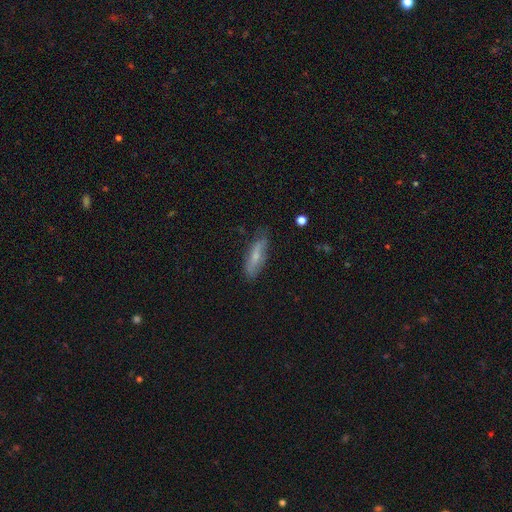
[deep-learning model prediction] Overall: smooth (58%; featured or disk 35%). How rounded: cigar-shaped (56%; in between 41%). Merging: none (70%).